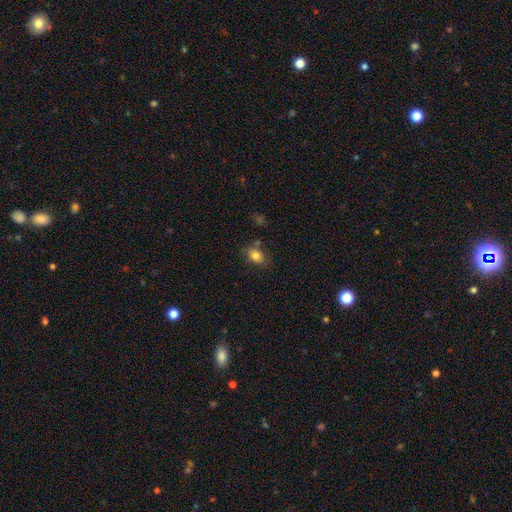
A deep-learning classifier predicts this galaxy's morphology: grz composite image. It shows a smooth galaxy with no disk features (79%) that is in between round and cigar-shaped (77%). Merging: none (71%).